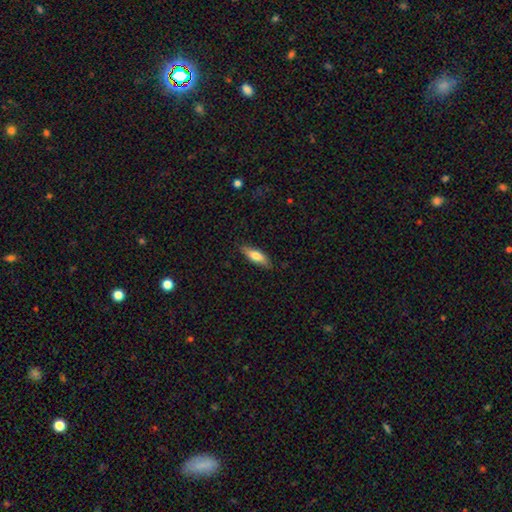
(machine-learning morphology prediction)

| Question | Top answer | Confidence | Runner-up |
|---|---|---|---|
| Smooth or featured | smooth | 70% | featured or disk (24%) |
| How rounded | in between | 53% | cigar-shaped (45%) |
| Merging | none | 85% | minor disturbance (12%) |